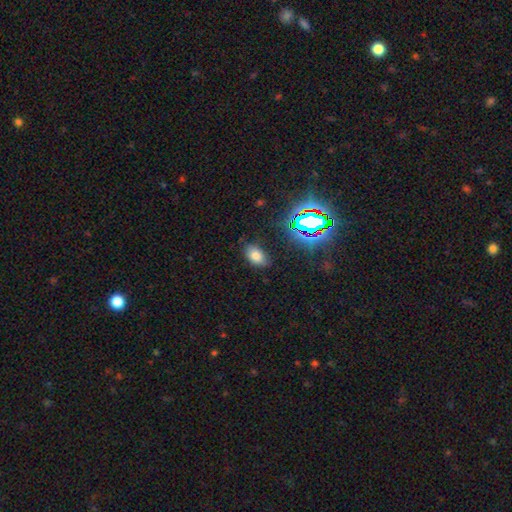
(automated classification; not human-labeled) This is likely a smooth galaxy (73%). How rounded: clearly in between (88%). Merging: likely none (78%).